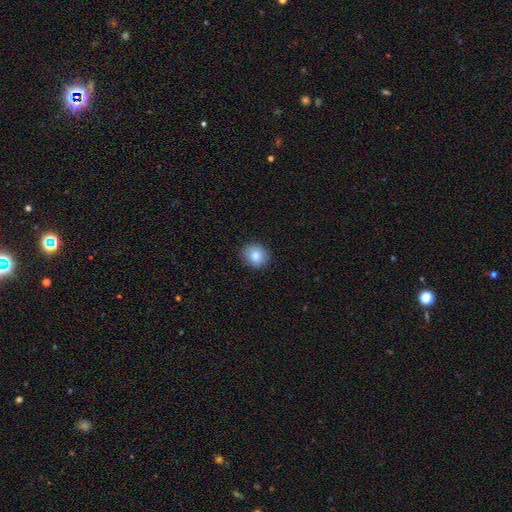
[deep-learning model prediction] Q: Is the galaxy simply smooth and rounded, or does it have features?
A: smooth — 85%.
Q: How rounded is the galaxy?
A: round — 77%.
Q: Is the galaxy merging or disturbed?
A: none — 88%.